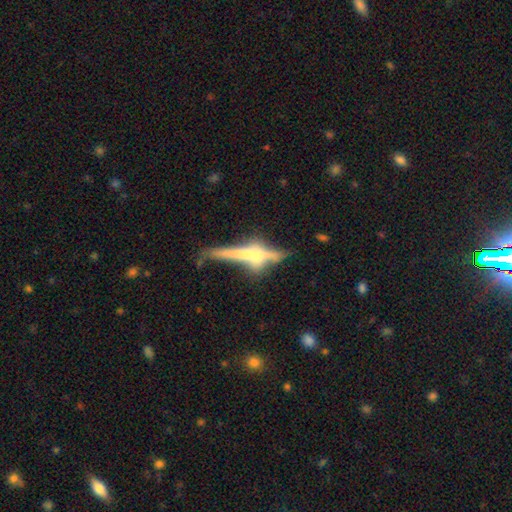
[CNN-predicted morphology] Smooth or featured? featured or disk (63%)
Edge-on disk? yes (90%)
Edge-on bulge? rounded (70%)
Merging? none (51%)